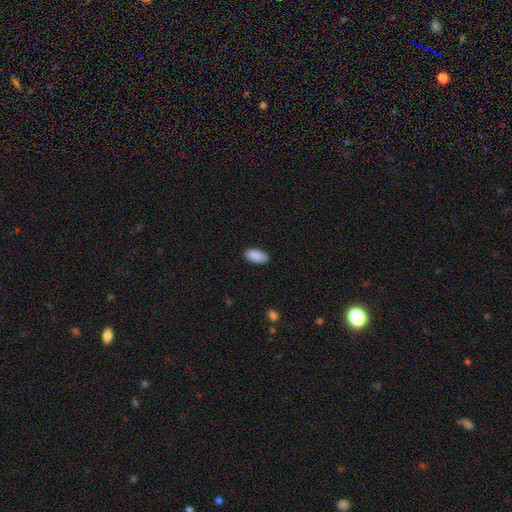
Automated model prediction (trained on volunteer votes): Overall: smooth (91%). How rounded: in between (93%). Merging: none (87%).